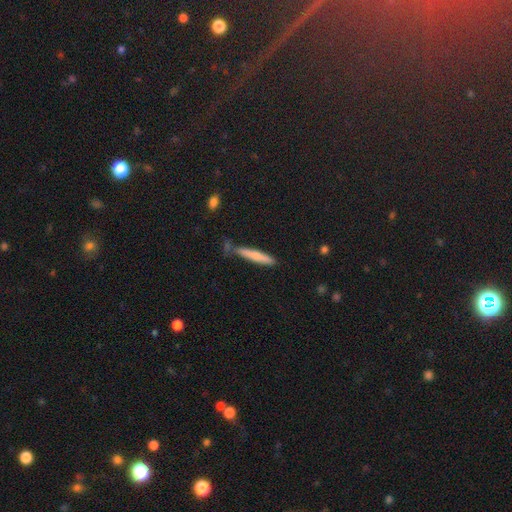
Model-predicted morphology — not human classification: smooth-or-featured: smooth: 68% | featured or disk: 26% | star or artifact: 6%
  how-rounded: cigar-shaped: 93% | in between: 6% | round: 1%
  merging: none: 72% | minor disturbance: 18% | merger: 7% | major disturbance: 4%